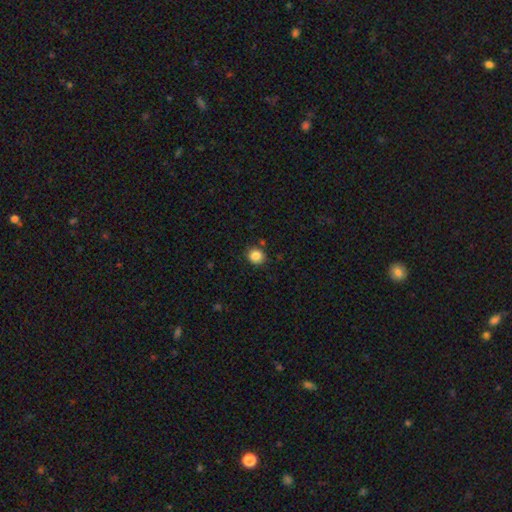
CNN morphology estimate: Smooth or featured?
  - smooth: 85% *
  - star or artifact: 10%
  - featured or disk: 4%
How rounded?
  - round: 84% *
  - in between: 15%
  - cigar-shaped: 1%
Merging?
  - none: 87% *
  - minor disturbance: 8%
  - merger: 3%
  - major disturbance: 2%